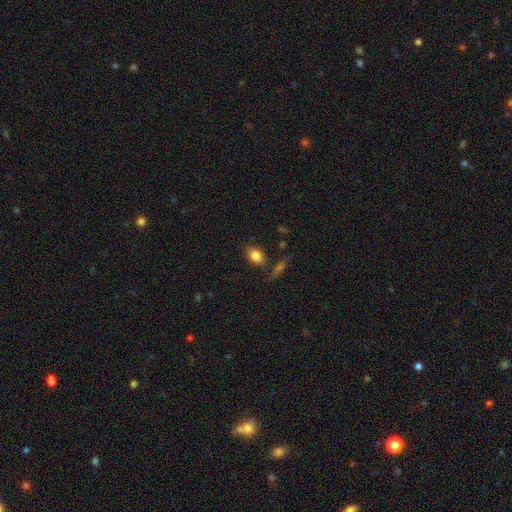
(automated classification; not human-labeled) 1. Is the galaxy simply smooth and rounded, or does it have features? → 83% smooth, 9% star or artifact, 8% featured or disk.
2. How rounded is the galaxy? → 73% in between, 25% round, 2% cigar-shaped.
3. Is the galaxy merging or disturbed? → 78% none, 13% minor disturbance, 6% merger, 4% major disturbance.